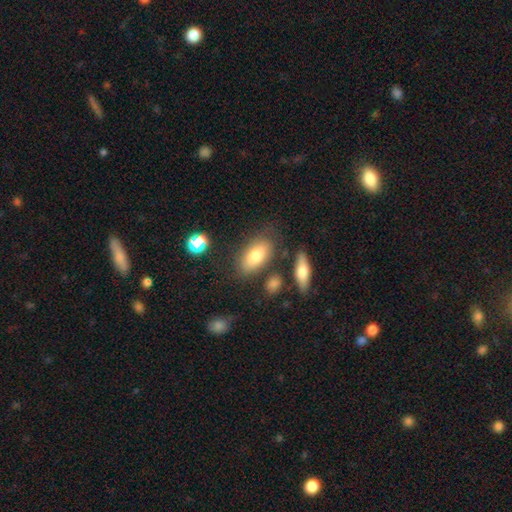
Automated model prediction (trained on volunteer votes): smooth_or_featured: smooth (p=0.79) [alt: featured or disk p=0.14]
how_rounded: in between (p=0.89) [alt: cigar-shaped p=0.07]
merging: none (p=0.72) [alt: minor disturbance p=0.16]